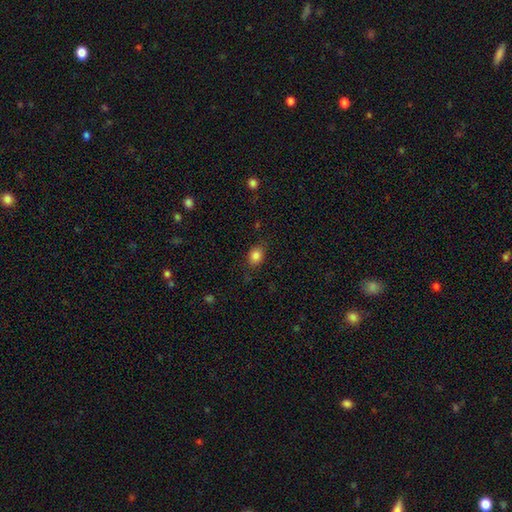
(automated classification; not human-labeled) Q: Smooth or featured?
A: smooth (85%); runner-up: star or artifact (10%)
Q: How rounded?
A: in between (59%); runner-up: round (40%)
Q: Merging?
A: none (80%); runner-up: minor disturbance (15%)